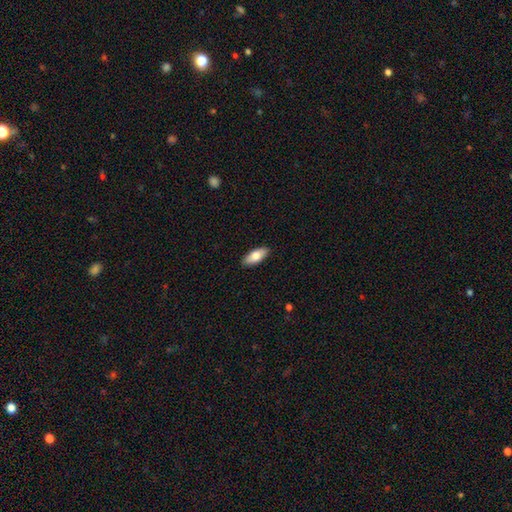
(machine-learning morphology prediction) The model was most divided on "smooth or featured": smooth: 77%, featured or disk: 17%, star or artifact: 6%. More confident: merging — none (90%); how rounded — in between (82%).